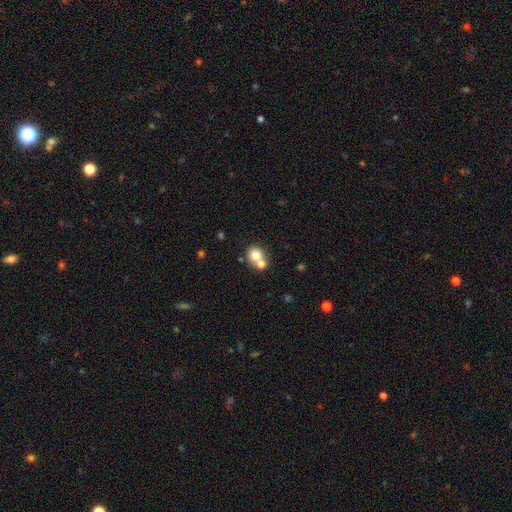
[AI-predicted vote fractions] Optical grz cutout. It shows a smooth galaxy with no disk features (76%) that is round (77%). Merging: merger (45%).